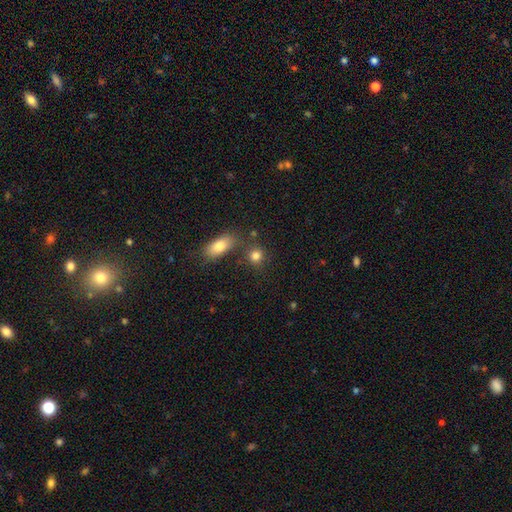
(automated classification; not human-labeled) Smooth or featured?
  - smooth: 83% *
  - star or artifact: 11%
  - featured or disk: 7%
How rounded?
  - round: 76% *
  - in between: 22%
  - cigar-shaped: 2%
Merging?
  - none: 71% *
  - merger: 14%
  - minor disturbance: 11%
  - major disturbance: 4%